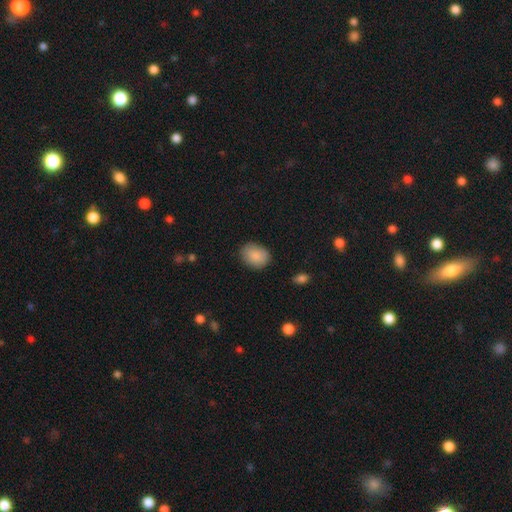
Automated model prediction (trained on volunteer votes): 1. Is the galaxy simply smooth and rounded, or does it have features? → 87% smooth, 7% star or artifact, 6% featured or disk.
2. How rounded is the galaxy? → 56% in between, 43% round, 1% cigar-shaped.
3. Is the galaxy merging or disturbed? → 81% none, 15% minor disturbance, 3% major disturbance, 1% merger.